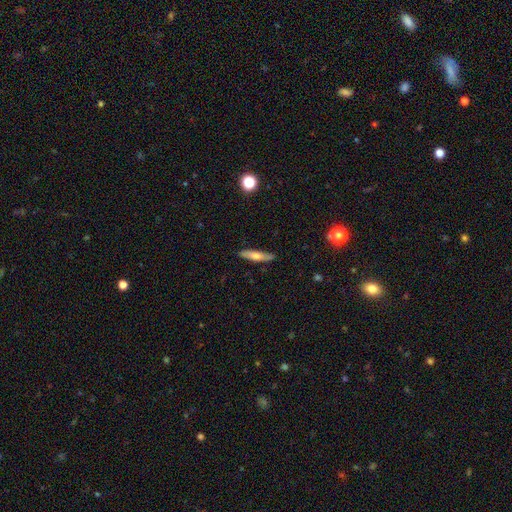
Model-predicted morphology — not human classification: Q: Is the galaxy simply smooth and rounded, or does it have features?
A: smooth — 57%.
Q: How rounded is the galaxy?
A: cigar-shaped — 85%.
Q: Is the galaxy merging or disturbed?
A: none — 88%.